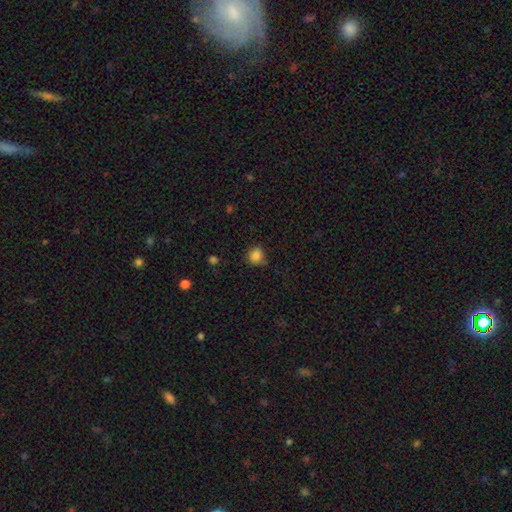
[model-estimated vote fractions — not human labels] Smooth or featured: smooth — 85% (star or artifact — 11%)
How rounded: round — 84% (in between — 15%)
Merging: none — 77% (minor disturbance — 17%)